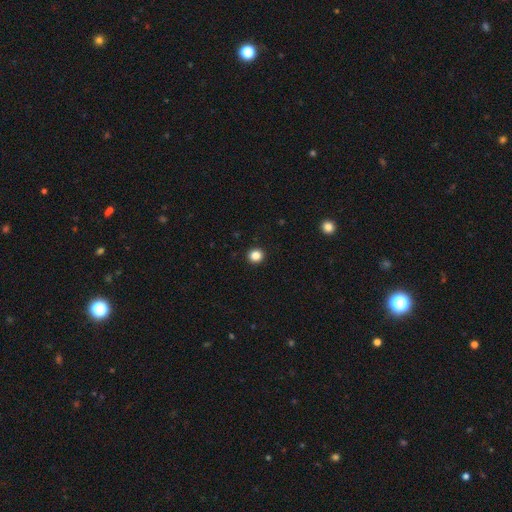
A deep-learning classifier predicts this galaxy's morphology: smooth_or_featured: smooth (p=0.85) [alt: star or artifact p=0.11]
how_rounded: round (p=0.92) [alt: in between p=0.07]
merging: none (p=0.94) [alt: minor disturbance p=0.04]